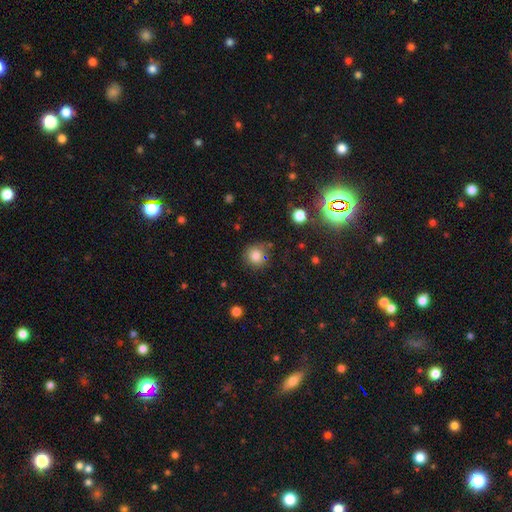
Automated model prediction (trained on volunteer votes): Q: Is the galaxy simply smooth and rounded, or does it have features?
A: smooth — 82%.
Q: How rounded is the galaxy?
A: round — 89%.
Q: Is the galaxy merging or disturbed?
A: none — 78%.